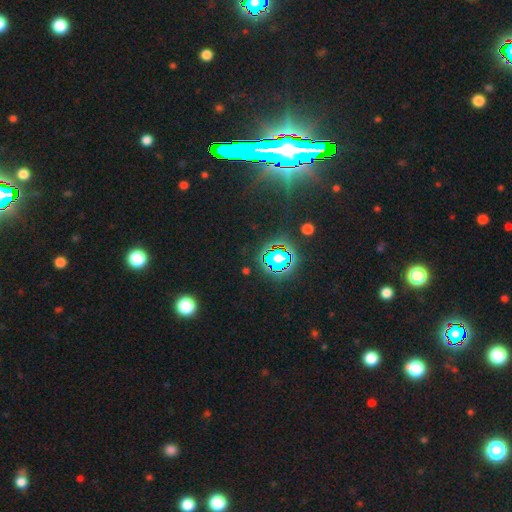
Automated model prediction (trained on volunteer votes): Q: Smooth or featured?
A: star or artifact (83%); runner-up: smooth (9%)